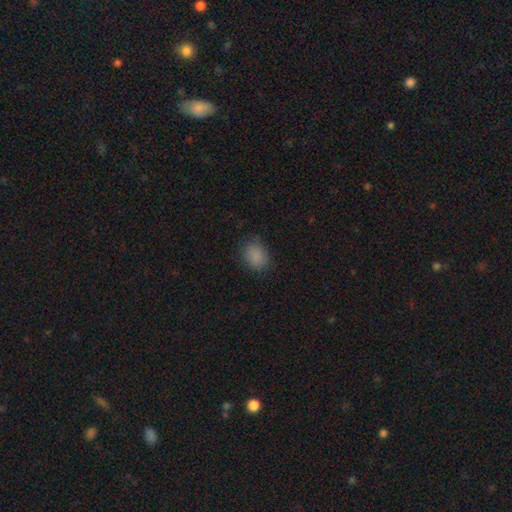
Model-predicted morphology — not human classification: Smooth or featured: smooth — 85% (star or artifact — 11%)
How rounded: in between — 51% (round — 48%)
Merging: none — 79% (minor disturbance — 16%)